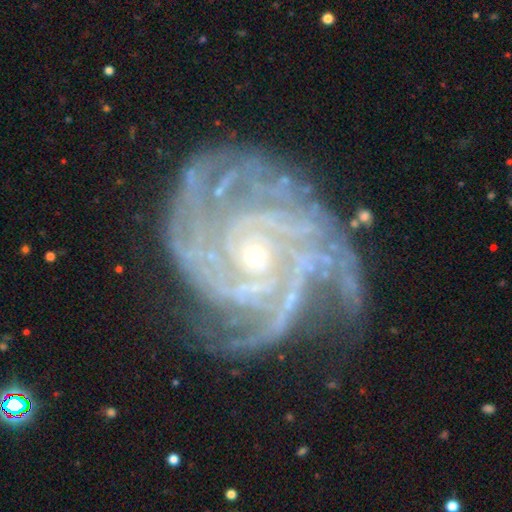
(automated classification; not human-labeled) The model was most divided on "spiral arm count": 4: 27%, more than 4: 19%, 3: 18%, can't tell: 15%, 2: 12%, 1: 8%. More confident: spiral arms — yes (98%); edge-on disk — no (98%); smooth or featured — featured or disk (91%); bulge size — small (83%); bar — no (73%); spiral winding — tight (70%); merging — none (63%).